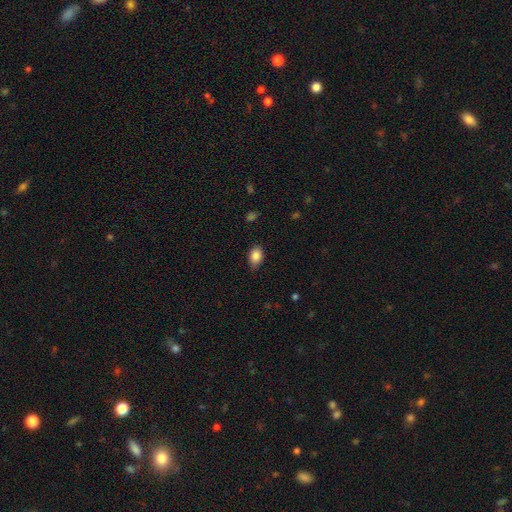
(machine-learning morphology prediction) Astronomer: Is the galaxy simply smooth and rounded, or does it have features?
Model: smooth — 86%.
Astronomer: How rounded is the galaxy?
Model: in between — 81%.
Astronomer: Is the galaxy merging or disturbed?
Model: none — 74%.